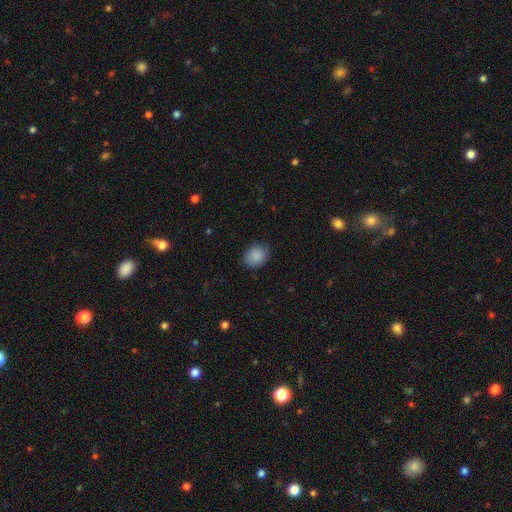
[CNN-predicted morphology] Smooth or featured?
  - smooth: 88% *
  - star or artifact: 8%
  - featured or disk: 4%
How rounded?
  - round: 64% *
  - in between: 35%
  - cigar-shaped: 1%
Merging?
  - none: 80% *
  - minor disturbance: 16%
  - major disturbance: 3%
  - merger: 1%